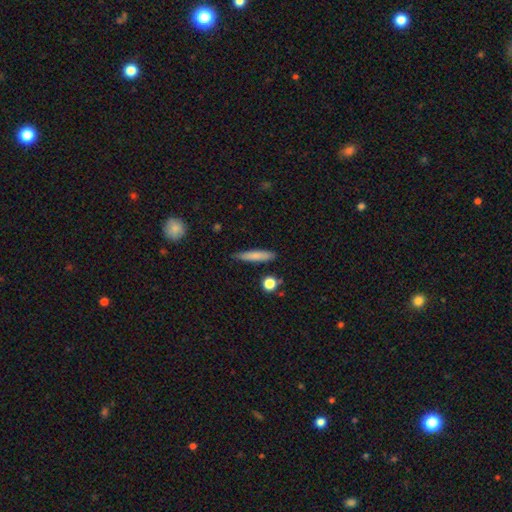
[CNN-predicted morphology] A smooth galaxy with no disk features (78%) that is cigar-shaped (89%).

Vote fractions:
- Smooth or featured? smooth: 78% / featured or disk: 15% / star or artifact: 7%
- How rounded? cigar-shaped: 89% / in between: 10% / round: 2%
- Merging? none: 85% / minor disturbance: 11% / merger: 2% / major disturbance: 2%